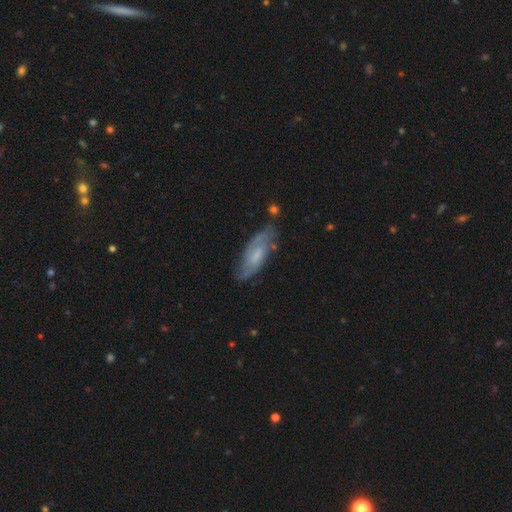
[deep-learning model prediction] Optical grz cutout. It shows a featured or disk galaxy (63%) with no bar (49%), spiral arms (84%) and a moderate central bulge (35%). Merging: none (66%).